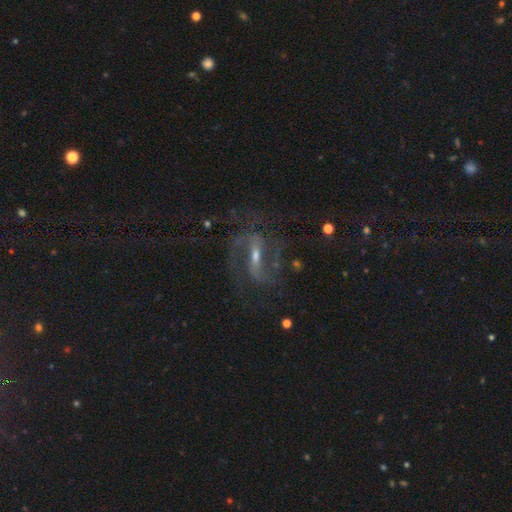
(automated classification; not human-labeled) smooth_or_featured: featured or disk (p=0.86) [alt: star or artifact p=0.08]
disk_edge_on: no (p=0.93) [alt: yes p=0.07]
bar: strong (p=0.56) [alt: weak p=0.33]
has_spiral_arms: yes (p=0.94) [alt: no p=0.06]
spiral_winding: medium (p=0.55) [alt: loose p=0.27]
spiral_arm_count: 2 (p=0.82) [alt: can't tell p=0.07]
bulge_size: small (p=0.55) [alt: moderate p=0.37]
merging: none (p=0.66) [alt: major disturbance p=0.16]